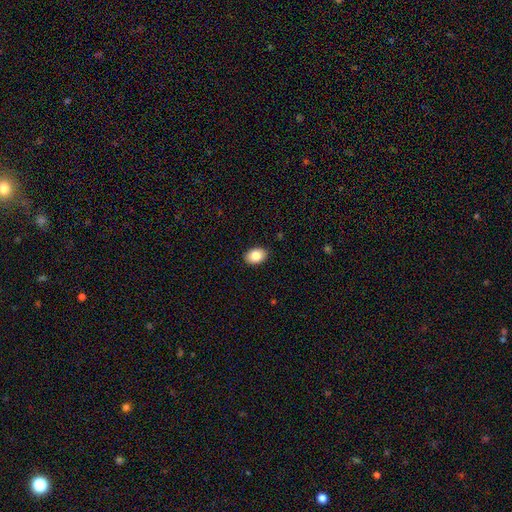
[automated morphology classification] smooth-or-featured: smooth: 85% | featured or disk: 7% | star or artifact: 7%
  how-rounded: in between: 84% | round: 15% | cigar-shaped: 1%
  merging: none: 89% | minor disturbance: 8% | major disturbance: 2% | merger: 1%